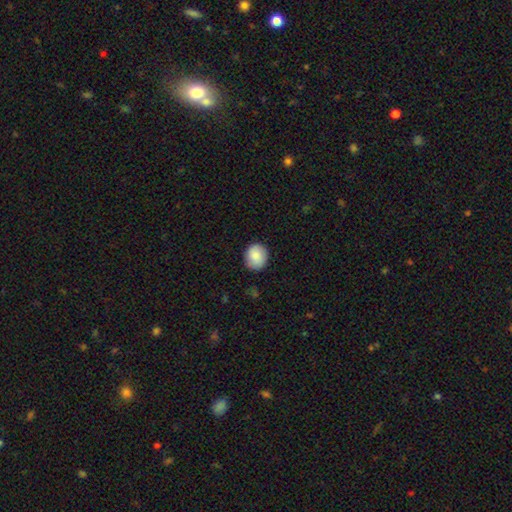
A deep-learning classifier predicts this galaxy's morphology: smooth 85%, featured or disk 8%, star or artifact 7%. Down the decision tree: how rounded — round (75%); merging — none (86%).